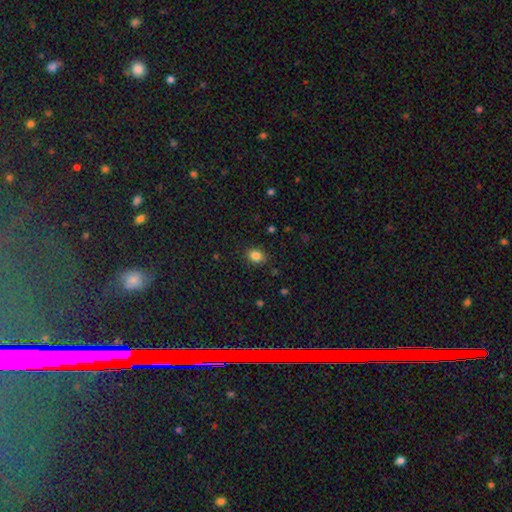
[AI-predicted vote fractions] This appears to be a smooth galaxy with no disk features (84%) that is in between round and cigar-shaped (56%). Merging: none (86%).